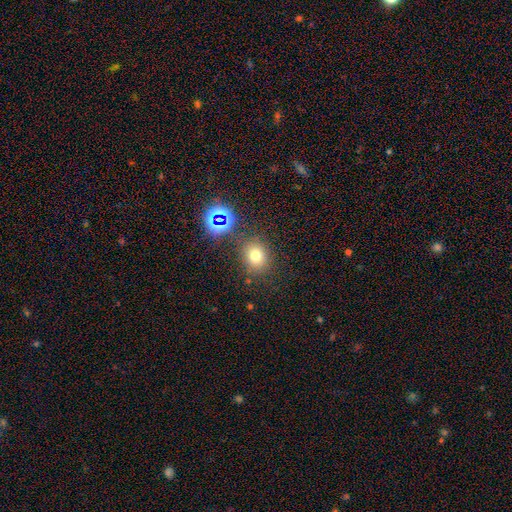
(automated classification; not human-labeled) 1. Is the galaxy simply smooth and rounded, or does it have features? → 70% smooth, 21% star or artifact, 10% featured or disk.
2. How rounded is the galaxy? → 69% round, 30% in between, 1% cigar-shaped.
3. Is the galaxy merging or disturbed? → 81% none, 10% minor disturbance, 5% merger, 4% major disturbance.